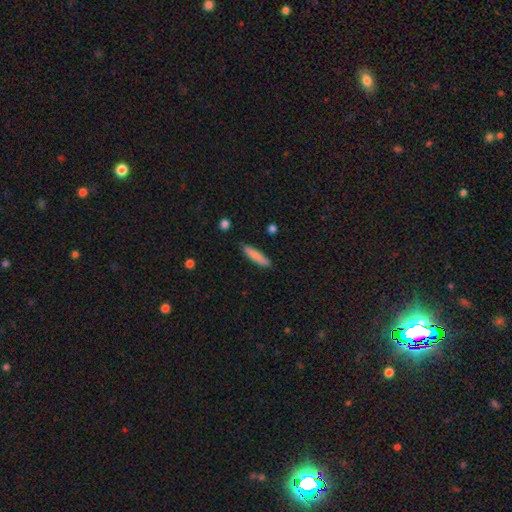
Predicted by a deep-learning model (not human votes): Morphology: type=smooth (83%); roundness=cigar-shaped (83%); merging=none (87%).